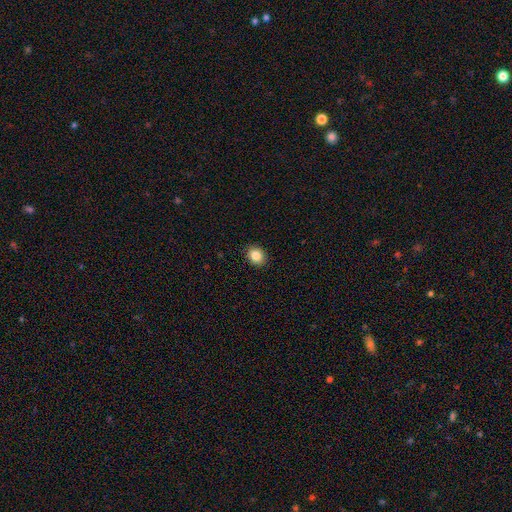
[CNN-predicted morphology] smooth 85%, star or artifact 10%, featured or disk 5%. Down the decision tree: how rounded — round (60%); merging — none (90%).